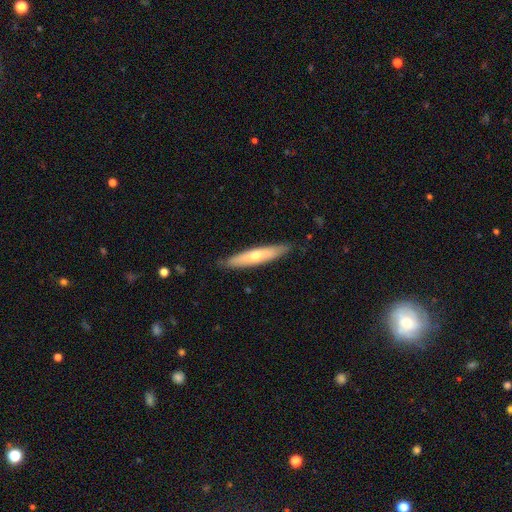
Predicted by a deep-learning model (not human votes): This appears to be a smooth galaxy with no disk features (51%) that is cigar-shaped (85%). Merging: none (85%).